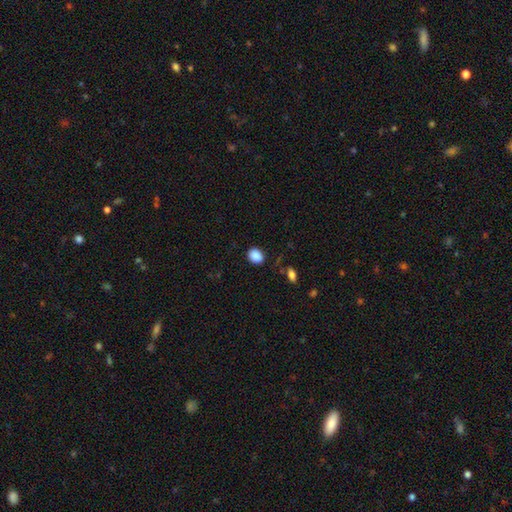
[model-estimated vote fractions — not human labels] This is clearly a smooth galaxy (88%). How rounded: possibly round (52%). Merging: clearly none (83%).